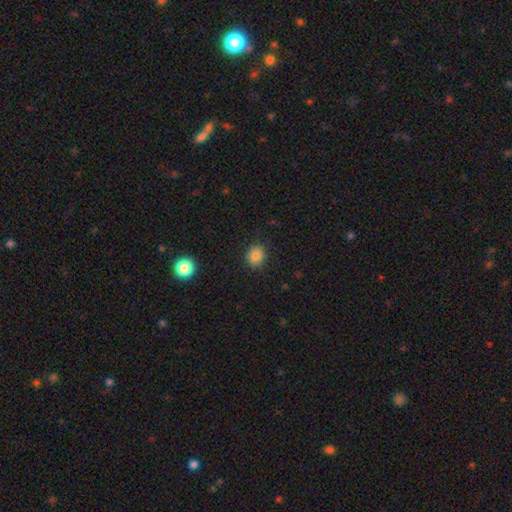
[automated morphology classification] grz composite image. It shows a smooth galaxy with no disk features (84%) that is round (79%). Merging: none (87%).